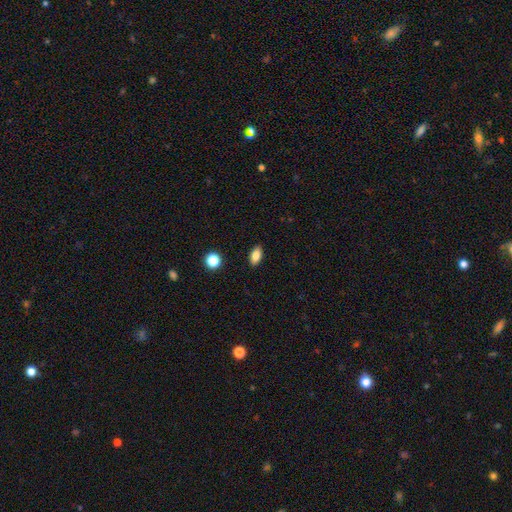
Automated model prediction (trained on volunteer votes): smooth_or_featured: smooth (p=0.84) [alt: star or artifact p=0.09]
how_rounded: in between (p=0.89) [alt: cigar-shaped p=0.06]
merging: none (p=0.89) [alt: minor disturbance p=0.08]